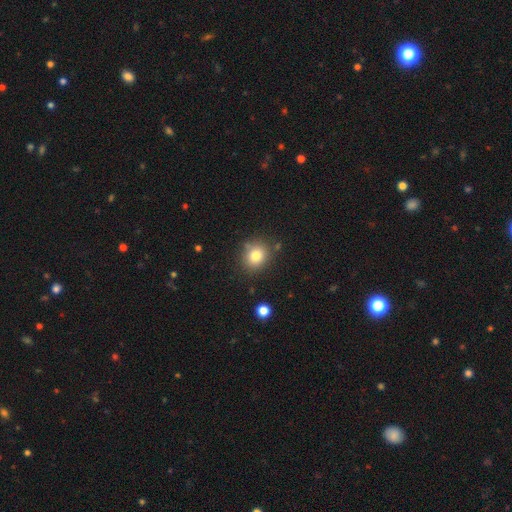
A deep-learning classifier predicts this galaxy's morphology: type=smooth (79%); roundness=round (74%); merging=none (80%).